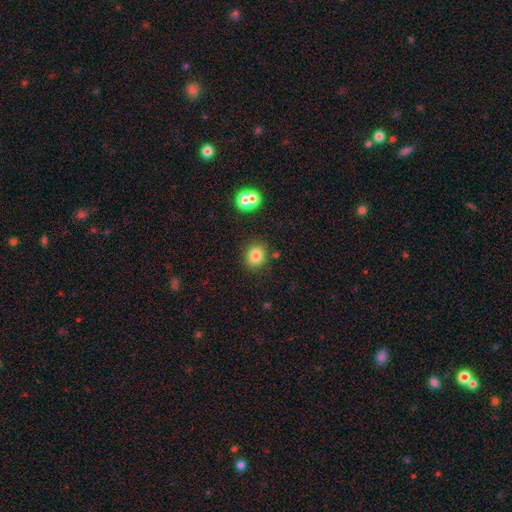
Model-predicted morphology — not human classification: Smooth or featured? Predicted: smooth (p=0.82). How rounded? Predicted: round (p=0.72). Merging? Predicted: none (p=0.82).